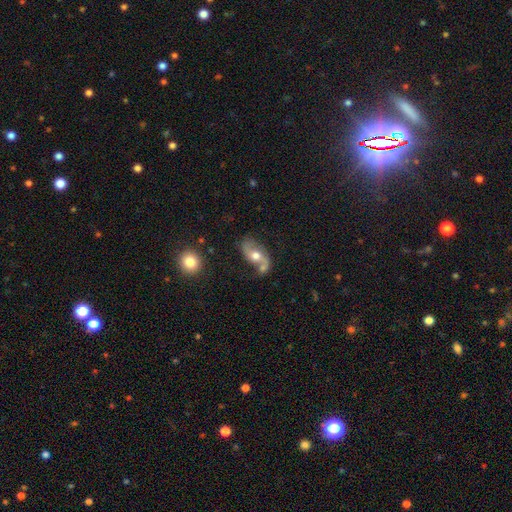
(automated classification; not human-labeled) A featured or disk galaxy (58%) with no bar (64%), spiral arms (76%) and a moderate central bulge (71%). Merging: none (46%).